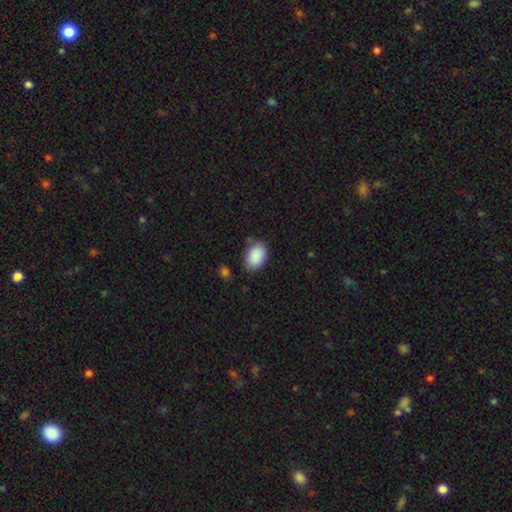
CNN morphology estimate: Smooth or featured?
  - smooth: 89% *
  - star or artifact: 7%
  - featured or disk: 4%
How rounded?
  - in between: 81% *
  - round: 18%
  - cigar-shaped: 1%
Merging?
  - none: 77% *
  - minor disturbance: 17%
  - major disturbance: 4%
  - merger: 2%